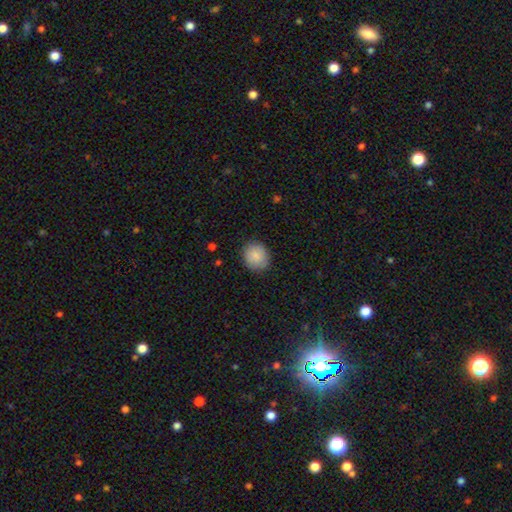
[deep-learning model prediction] smooth_or_featured: smooth (p=0.88) [alt: star or artifact p=0.07]
how_rounded: round (p=0.70) [alt: in between p=0.29]
merging: none (p=0.86) [alt: minor disturbance p=0.10]